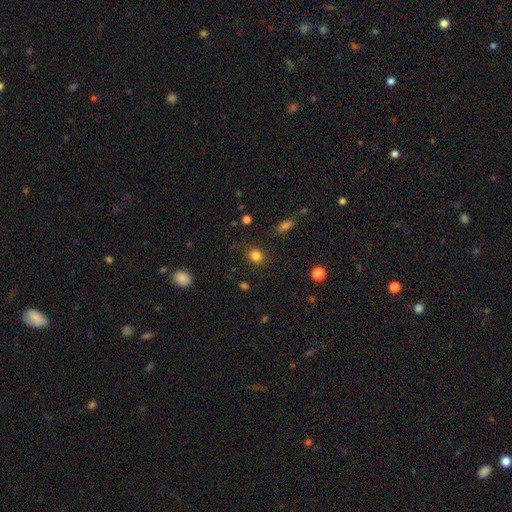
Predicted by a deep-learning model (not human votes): This appears to be a smooth galaxy with no disk features (83%) that is round (75%). Merging: none (87%).